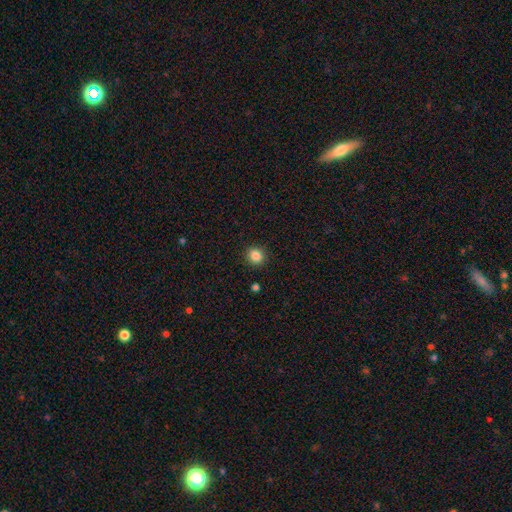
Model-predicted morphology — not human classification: smooth 85%, star or artifact 11%, featured or disk 4%. Down the decision tree: how rounded — round (87%); merging — none (91%).